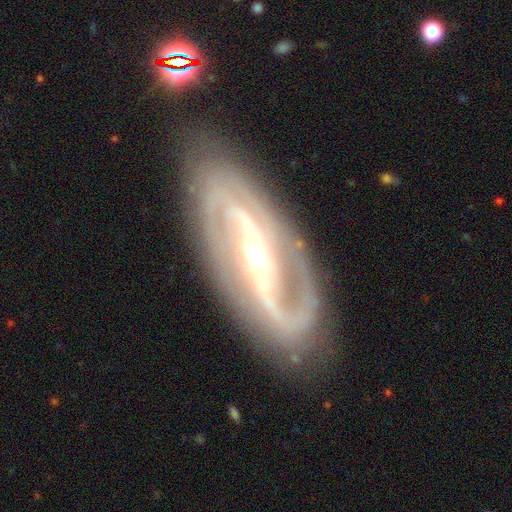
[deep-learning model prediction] The model was most divided on "bulge size": moderate: 48%, small: 47%, large: 3%, dominant: 1%, none: 1%. Remaining: spiral arms — yes (95%); edge-on disk — no (94%); smooth or featured — featured or disk (90%); spiral arm count — 2 (86%); merging — none (80%); bar — strong (53%); spiral winding — medium (48%).